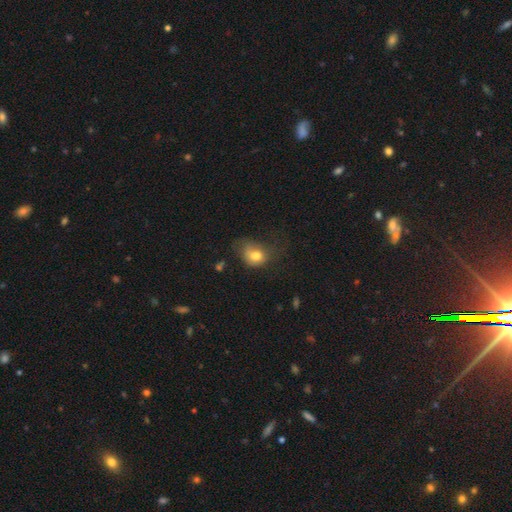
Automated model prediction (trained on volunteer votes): Smooth or featured? Predicted: smooth (p=0.75). How rounded? Predicted: in between (p=0.56). Merging? Predicted: minor disturbance (p=0.33).